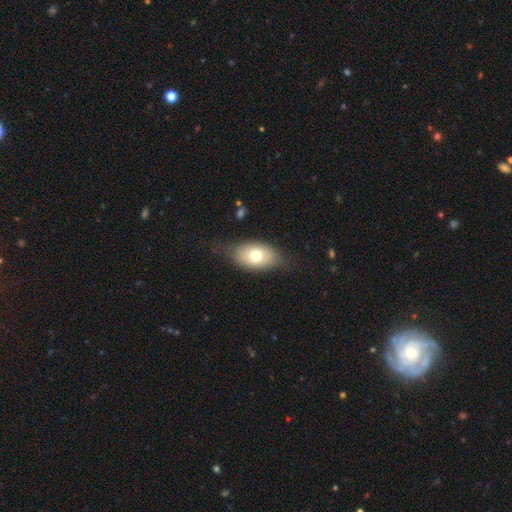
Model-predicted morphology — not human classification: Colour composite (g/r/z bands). It shows a smooth galaxy with no disk features (71%) that is in between round and cigar-shaped (86%). Merging: none (71%).